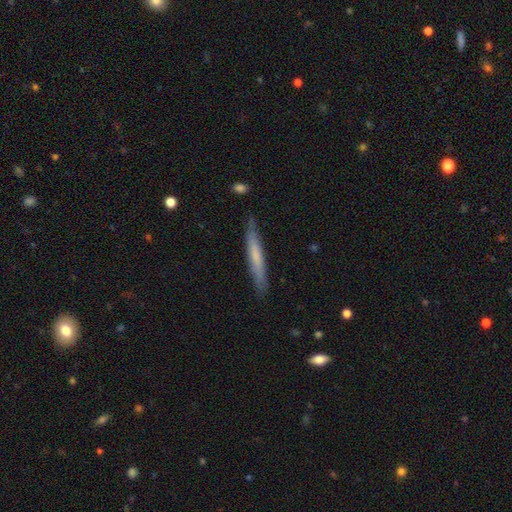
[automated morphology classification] Smooth or featured? smooth (58%)
How rounded? cigar-shaped (95%)
Merging? none (85%)